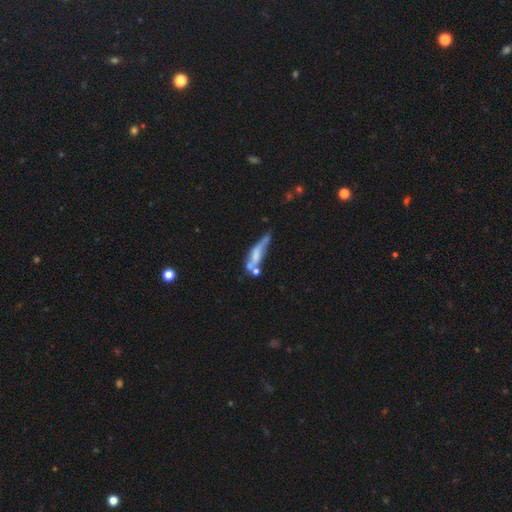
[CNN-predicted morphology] Overall: featured or disk (50%; smooth 41%). Edge-on disk: yes (52%; no 48%). Merging: none (32%; merger 29%).